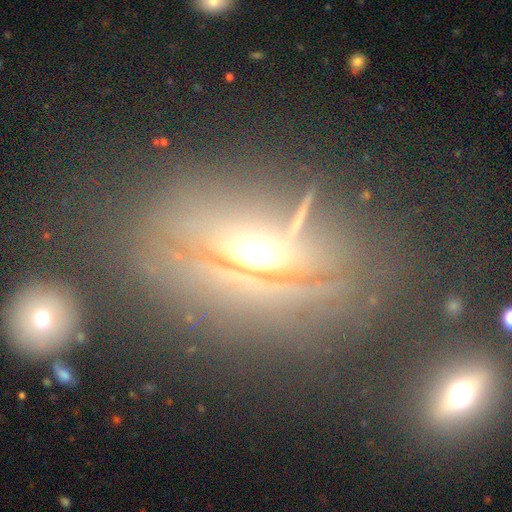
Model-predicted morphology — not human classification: Smooth or featured? featured or disk (50%)
Merging? none (66%)